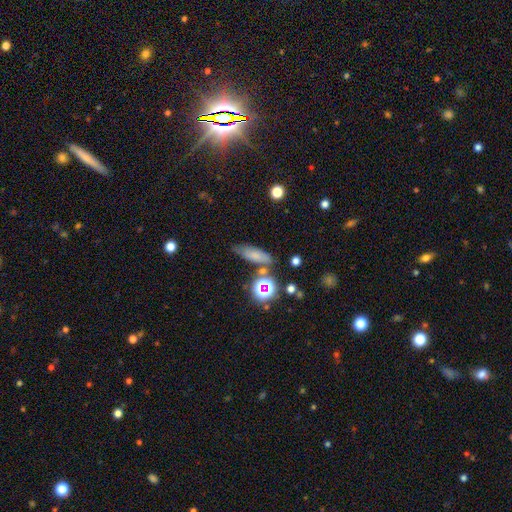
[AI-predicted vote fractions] Smooth or featured? Predicted: smooth (p=0.68). How rounded? Predicted: in between (p=0.47). Merging? Predicted: none (p=0.68).